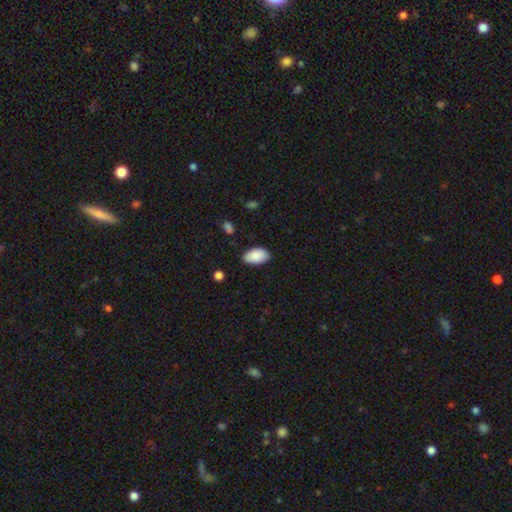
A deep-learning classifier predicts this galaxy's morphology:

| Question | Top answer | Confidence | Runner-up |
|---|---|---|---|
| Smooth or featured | smooth | 89% | star or artifact (6%) |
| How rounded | in between | 95% | round (4%) |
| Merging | none | 83% | minor disturbance (13%) |